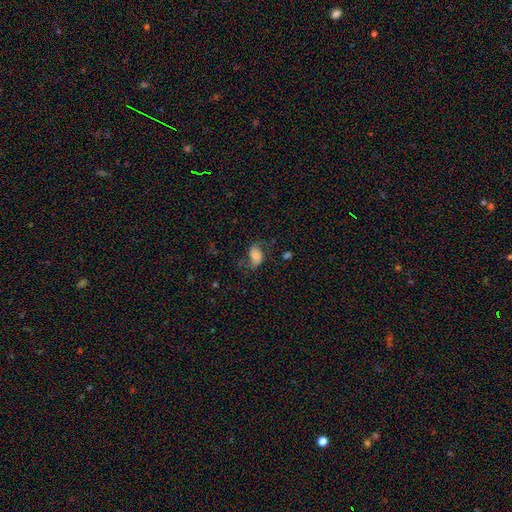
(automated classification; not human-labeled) Overall: smooth (61%; featured or disk 28%). How rounded: in between (83%). Merging: none (48%; minor disturbance 27%).